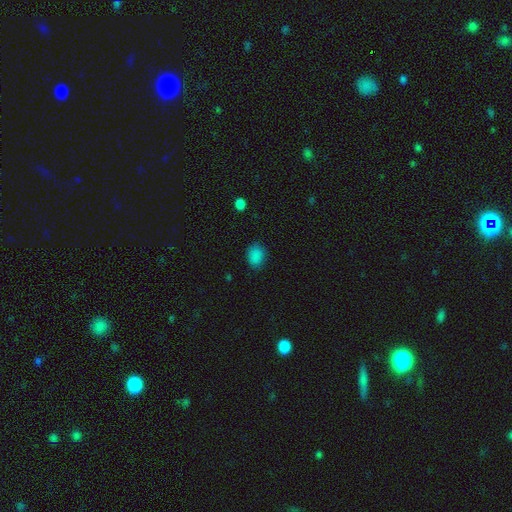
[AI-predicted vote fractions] Smooth or featured? smooth (85%)
How rounded? in between (60%)
Merging? none (81%)